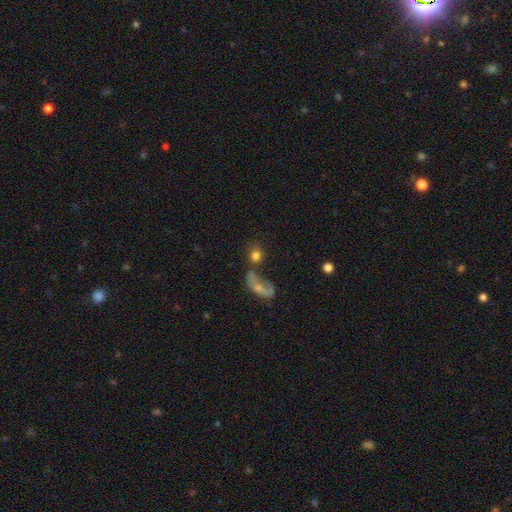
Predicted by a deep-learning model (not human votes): Smooth or featured? Predicted: smooth (p=0.76). How rounded? Predicted: round (p=0.74). Merging? Predicted: none (p=0.47).